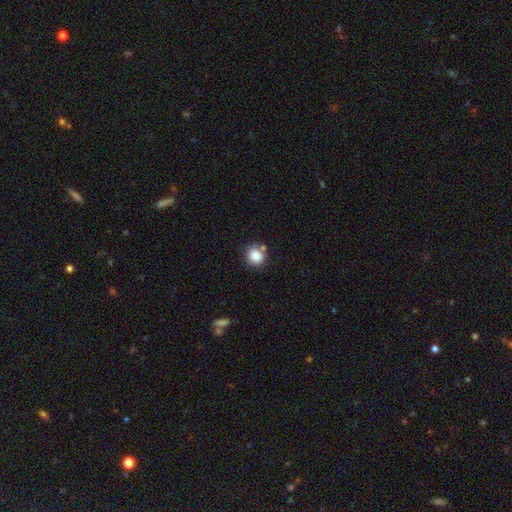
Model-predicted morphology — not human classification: This appears to be a smooth galaxy with no disk features (85%) that is round (88%). Merging: none (76%).